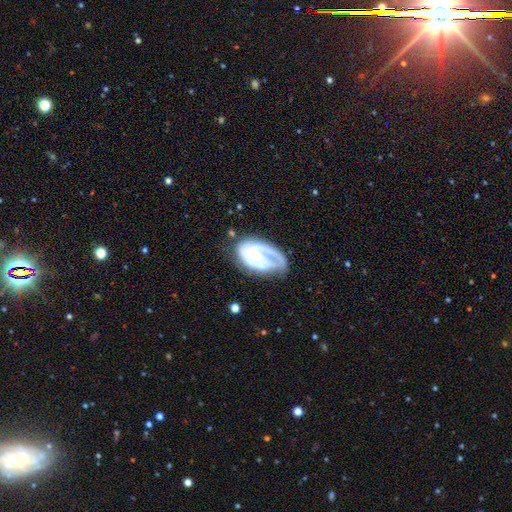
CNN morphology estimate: Smooth or featured? featured or disk (80%)
Edge-on disk? no (96%)
Bar? no (57%)
Spiral arms? yes (90%)
Spiral winding? tight (54%)
Spiral arm count? 2 (39%)
Bulge size? small (64%)
Merging? none (52%)